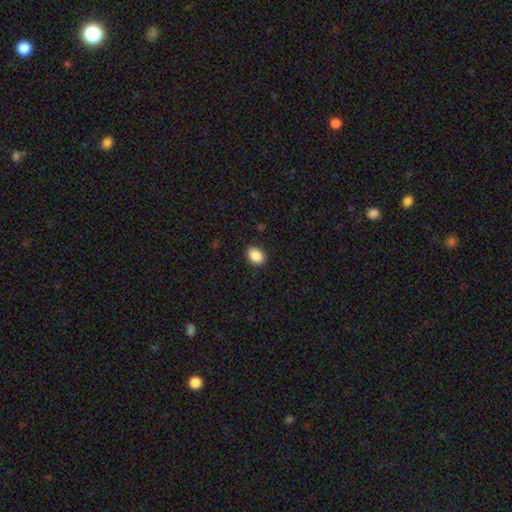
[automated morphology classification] smooth_or_featured: smooth (p=0.88) [alt: star or artifact p=0.08]
how_rounded: in between (p=0.71) [alt: round p=0.28]
merging: none (p=0.89) [alt: minor disturbance p=0.08]